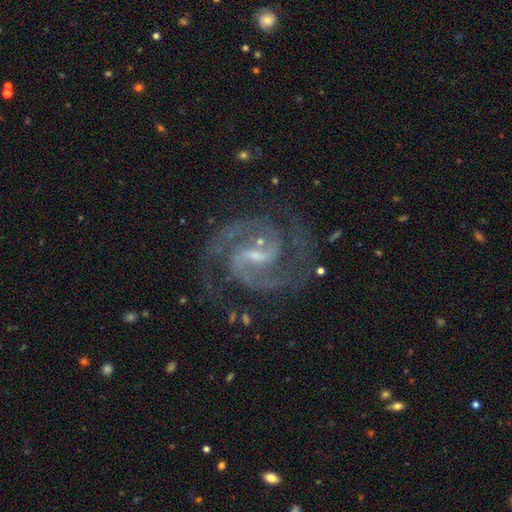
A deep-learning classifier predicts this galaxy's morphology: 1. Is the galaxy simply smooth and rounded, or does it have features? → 94% featured or disk, 4% star or artifact, 2% smooth.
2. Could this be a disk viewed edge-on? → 98% no, 2% yes.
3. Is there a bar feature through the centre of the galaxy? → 50% weak, 38% strong, 12% no.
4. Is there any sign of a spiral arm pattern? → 99% yes, 1% no.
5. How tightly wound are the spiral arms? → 62% medium, 30% tight, 8% loose.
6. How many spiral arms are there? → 91% 2, 3% 3, 2% can't tell, 1% 4, 1% 1, 1% more than 4.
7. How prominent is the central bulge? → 63% small, 21% moderate, 13% none, 2% large, 1% dominant.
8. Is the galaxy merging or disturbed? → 78% none, 14% minor disturbance, 6% major disturbance, 2% merger.